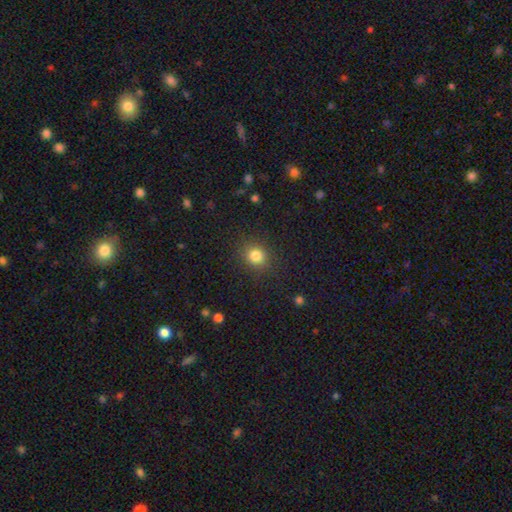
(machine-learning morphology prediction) type=smooth (83%); roundness=round (75%); merging=none (87%).